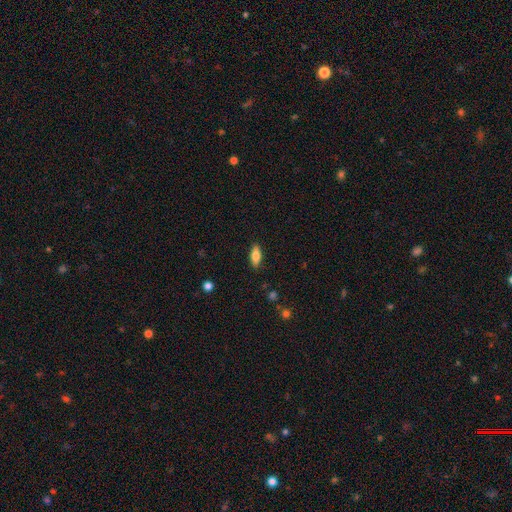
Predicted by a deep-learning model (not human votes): Smooth or featured: smooth — 75% (featured or disk — 18%)
How rounded: in between — 70% (cigar-shaped — 28%)
Merging: none — 87% (minor disturbance — 9%)